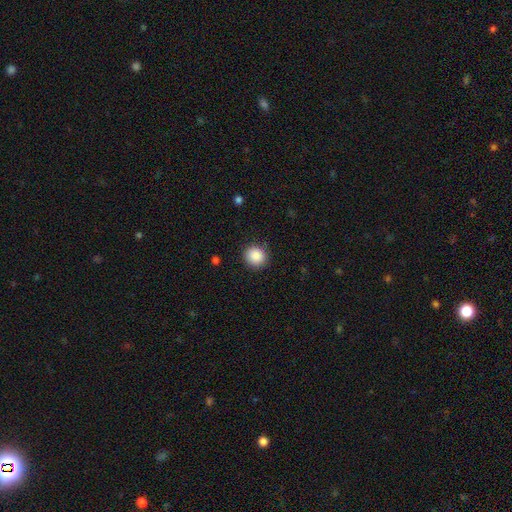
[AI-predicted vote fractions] smooth_or_featured: smooth (p=0.88) [alt: star or artifact p=0.09]
how_rounded: round (p=0.90) [alt: in between p=0.09]
merging: none (p=0.88) [alt: minor disturbance p=0.08]